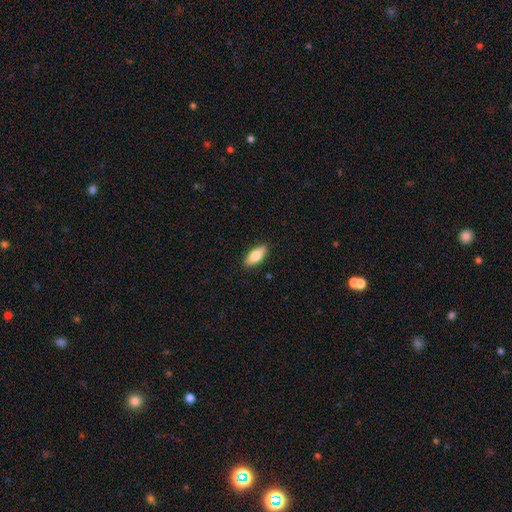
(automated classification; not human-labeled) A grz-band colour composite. It shows a smooth galaxy with no disk features (73%) that is in between round and cigar-shaped (77%). Merging: none (89%).